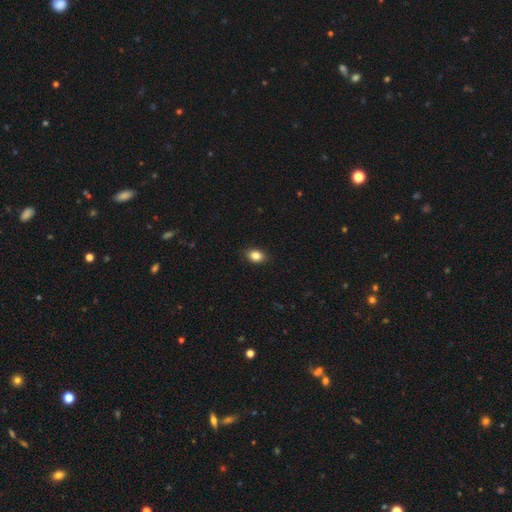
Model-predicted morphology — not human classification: type=smooth (85%); roundness=in between (70%); merging=none (89%).